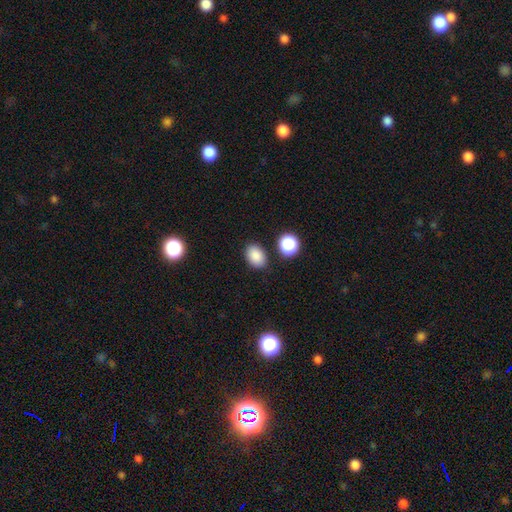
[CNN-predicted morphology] type=smooth (86%); roundness=in between (78%); merging=none (84%).